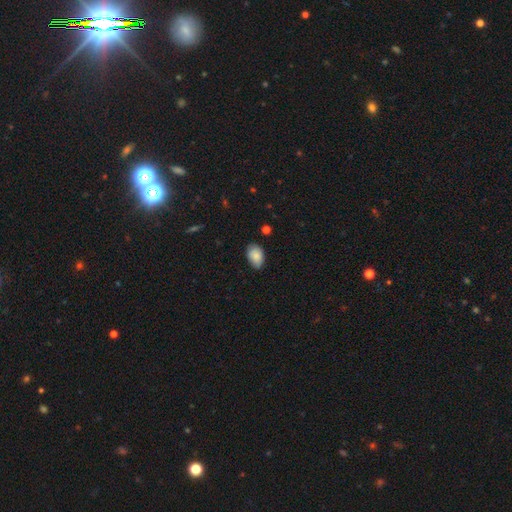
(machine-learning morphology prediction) Smooth or featured?
  - smooth: 86% *
  - star or artifact: 7%
  - featured or disk: 7%
How rounded?
  - in between: 90% *
  - round: 8%
  - cigar-shaped: 1%
Merging?
  - none: 78% *
  - minor disturbance: 18%
  - major disturbance: 3%
  - merger: 1%